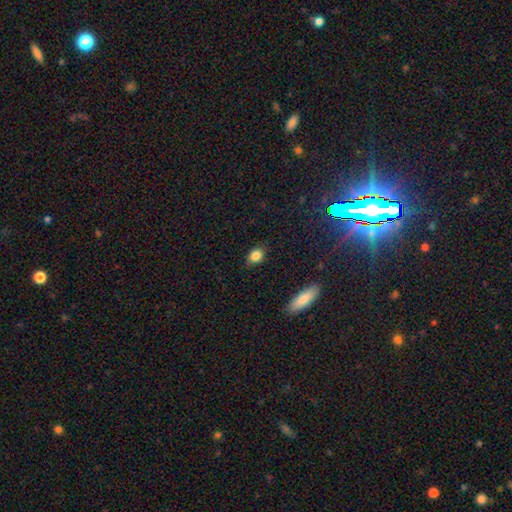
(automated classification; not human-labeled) smooth_or_featured: smooth (p=0.84) [alt: star or artifact p=0.10]
how_rounded: in between (p=0.57) [alt: round p=0.40]
merging: none (p=0.83) [alt: minor disturbance p=0.13]